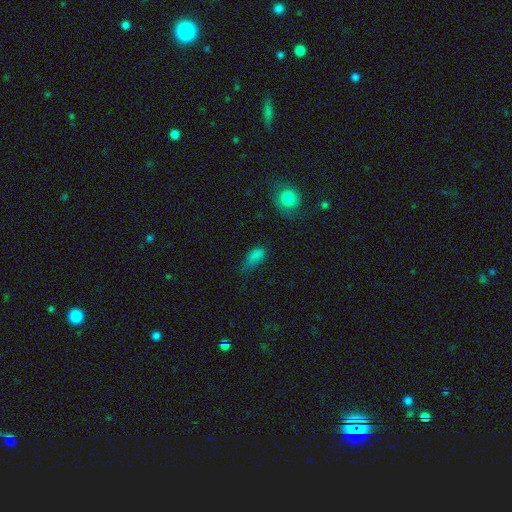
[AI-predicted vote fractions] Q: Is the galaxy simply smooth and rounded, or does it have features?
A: smooth — 77%.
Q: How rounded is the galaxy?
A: in between — 81%.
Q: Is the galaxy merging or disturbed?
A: none — 44%.